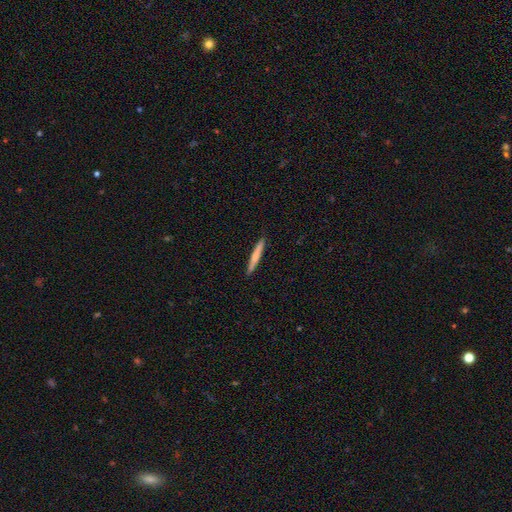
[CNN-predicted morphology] A smooth galaxy with no disk features (66%) that is cigar-shaped (96%). Merging: none (91%).